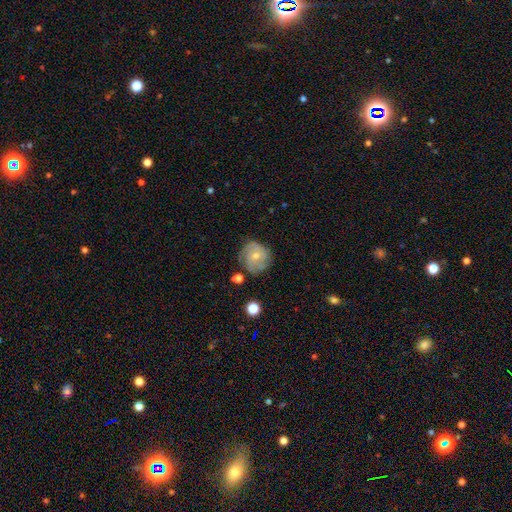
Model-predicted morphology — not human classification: This is possibly a featured or disk galaxy (55%). It is clearly not viewed edge-on (97%). Bar: likely no (72%). Spiral arm pattern: clearly yes (82%). Central bulge: possibly small (59%). Merging: likely none (67%).